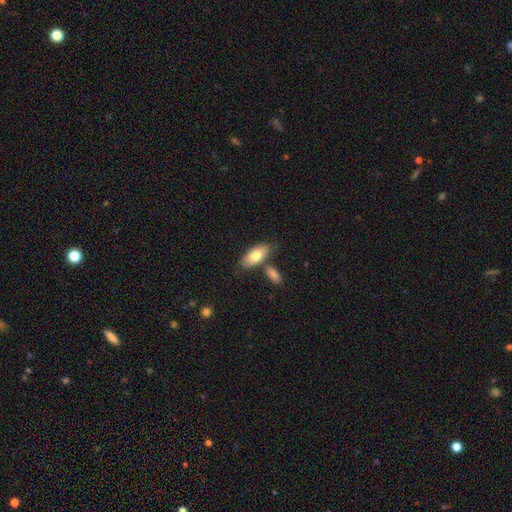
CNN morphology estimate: type=smooth (76%); roundness=in between (89%); merging=none (68%).